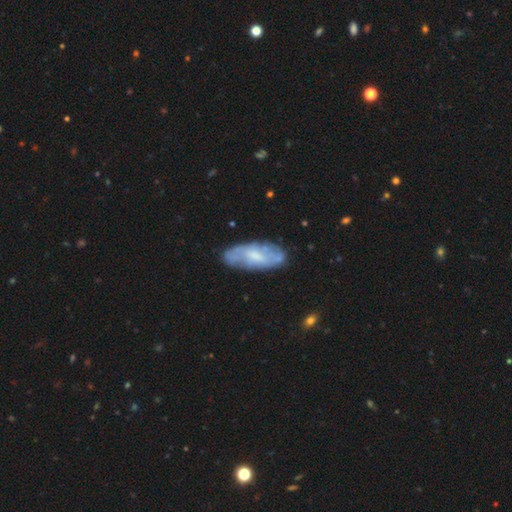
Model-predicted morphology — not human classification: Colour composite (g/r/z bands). It shows a featured or disk galaxy (54%). Merging: none (74%).